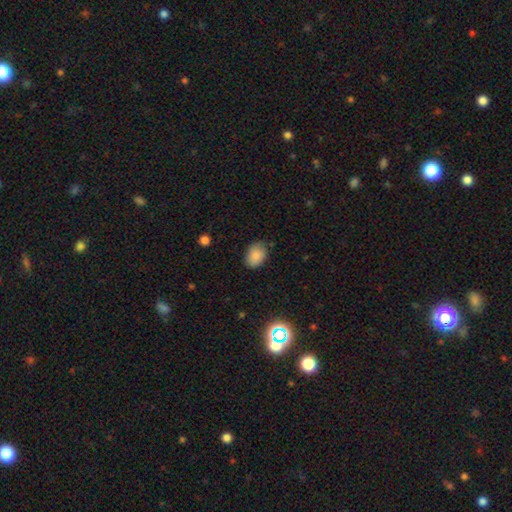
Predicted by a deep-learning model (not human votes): Q: Smooth or featured?
A: smooth (87%); runner-up: star or artifact (9%)
Q: How rounded?
A: in between (76%); runner-up: round (23%)
Q: Merging?
A: none (79%); runner-up: minor disturbance (16%)